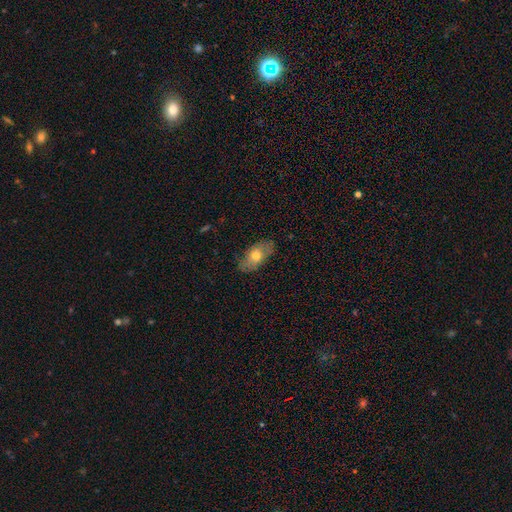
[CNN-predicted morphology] Overall: smooth (64%; featured or disk 29%). How rounded: in between (89%). Merging: none (81%).